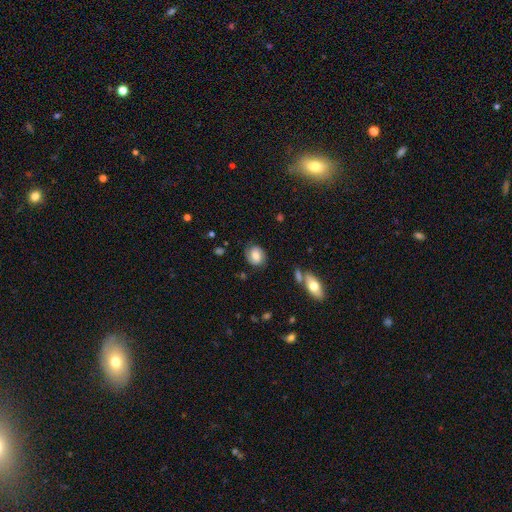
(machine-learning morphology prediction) Smooth or featured?
  - featured or disk: 47% *
  - smooth: 44%
  - star or artifact: 9%
Merging?
  - none: 75% *
  - minor disturbance: 17%
  - major disturbance: 6%
  - merger: 2%